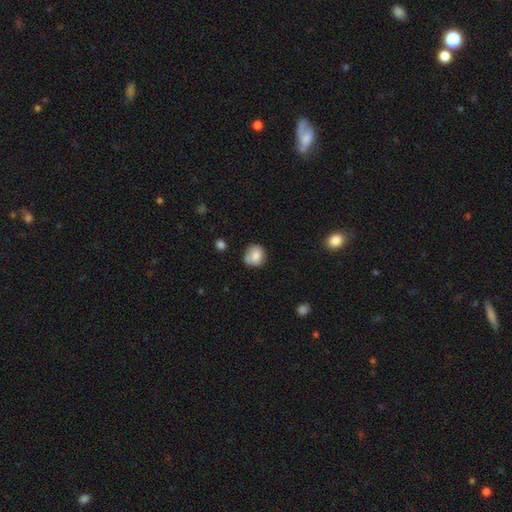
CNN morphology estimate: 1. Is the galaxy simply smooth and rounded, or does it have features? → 78% smooth, 14% featured or disk, 9% star or artifact.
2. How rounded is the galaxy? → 81% round, 18% in between, 1% cigar-shaped.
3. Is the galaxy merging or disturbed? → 65% none, 24% minor disturbance, 6% merger, 5% major disturbance.